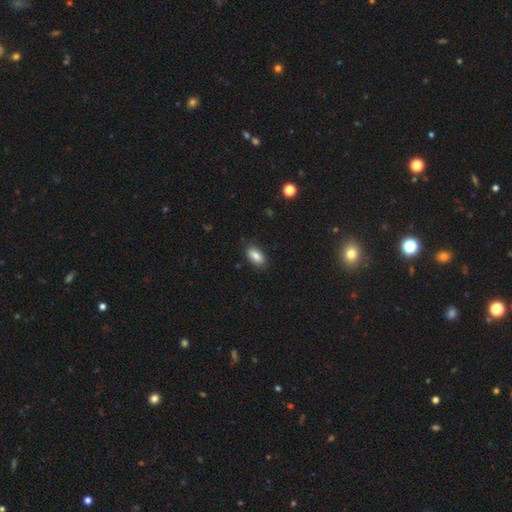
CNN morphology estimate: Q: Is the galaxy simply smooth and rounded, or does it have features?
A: smooth — 84%.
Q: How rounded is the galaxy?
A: in between — 90%.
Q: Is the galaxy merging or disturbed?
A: none — 83%.